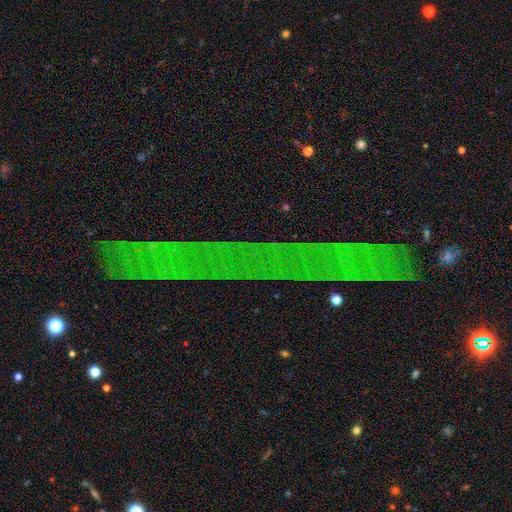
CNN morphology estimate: smooth-or-featured: star or artifact: 83% | featured or disk: 9% | smooth: 8%